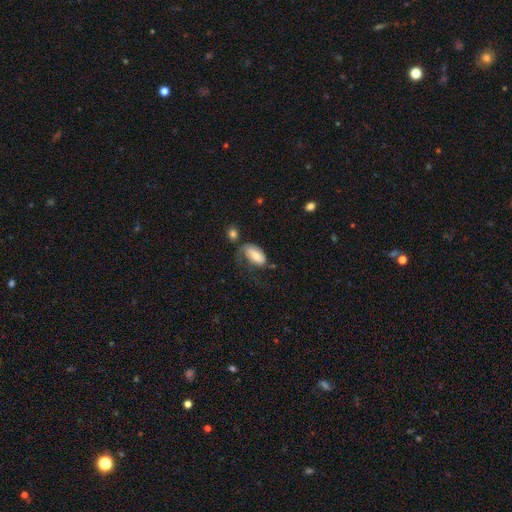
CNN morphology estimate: Smooth or featured?
  - smooth: 61% *
  - featured or disk: 32%
  - star or artifact: 7%
How rounded?
  - in between: 91% *
  - cigar-shaped: 5%
  - round: 4%
Merging?
  - major disturbance: 34% *
  - none: 31%
  - minor disturbance: 27%
  - merger: 8%